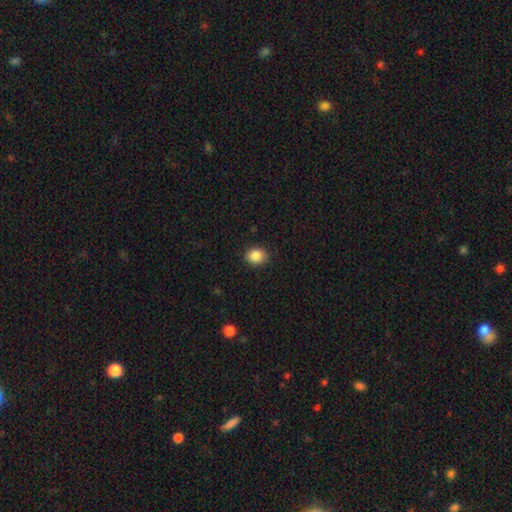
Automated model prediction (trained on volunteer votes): smooth-or-featured: smooth: 86% | star or artifact: 9% | featured or disk: 4%
  how-rounded: round: 72% | in between: 28% | cigar-shaped: 1%
  merging: none: 89% | minor disturbance: 7% | major disturbance: 2% | merger: 1%